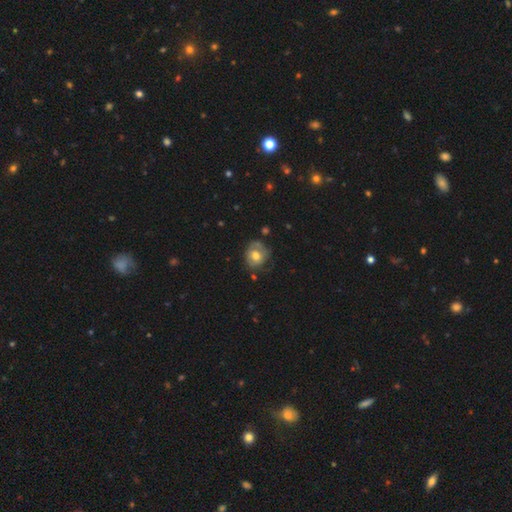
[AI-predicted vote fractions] smooth_or_featured: smooth (p=0.62) [alt: featured or disk p=0.30]
how_rounded: round (p=0.73) [alt: in between p=0.26]
merging: none (p=0.57) [alt: minor disturbance p=0.27]